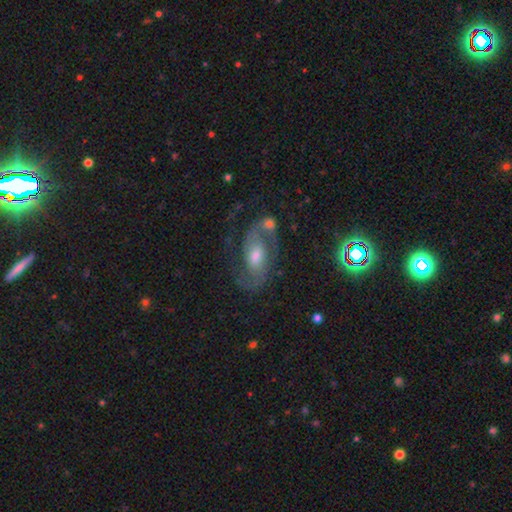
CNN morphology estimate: Smooth or featured: featured or disk — 82% (smooth — 9%)
Edge-on disk: no — 96% (yes — 4%)
Bar: no — 44% (weak — 42%)
Spiral arms: yes — 95% (no — 5%)
Spiral winding: medium — 55% (tight — 23%)
Spiral arm count: 2 — 88% (can't tell — 5%)
Bulge size: moderate — 62% (small — 24%)
Merging: none — 62% (minor disturbance — 16%)